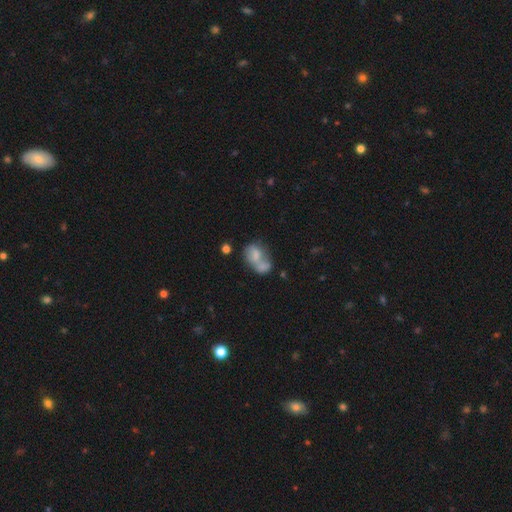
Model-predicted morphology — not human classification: type=smooth (61%); roundness=in between (76%); merging=merger (56%).